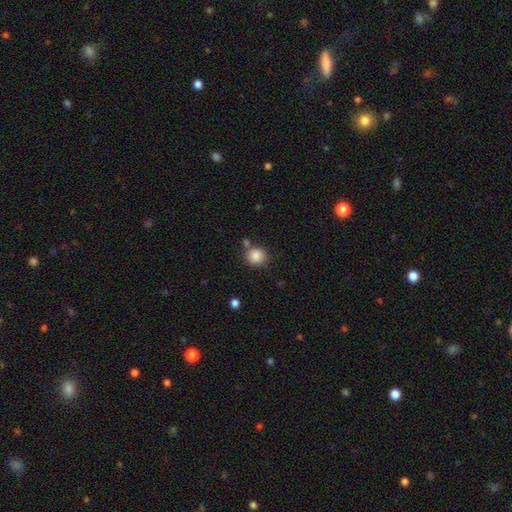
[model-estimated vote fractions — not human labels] Morphology: type=smooth (87%); roundness=round (88%); merging=none (73%).